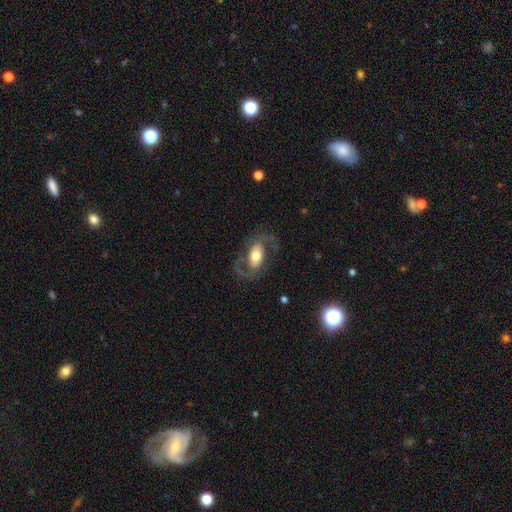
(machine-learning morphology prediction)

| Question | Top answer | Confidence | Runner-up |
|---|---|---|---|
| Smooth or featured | featured or disk | 80% | smooth (15%) |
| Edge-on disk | no | 95% | yes (5%) |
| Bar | weak | 36% | no (34%) |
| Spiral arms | yes | 91% | no (9%) |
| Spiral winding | medium | 51% | loose (36%) |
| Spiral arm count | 2 | 92% | can't tell (3%) |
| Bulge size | moderate | 57% | large (26%) |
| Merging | none | 73% | minor disturbance (13%) |